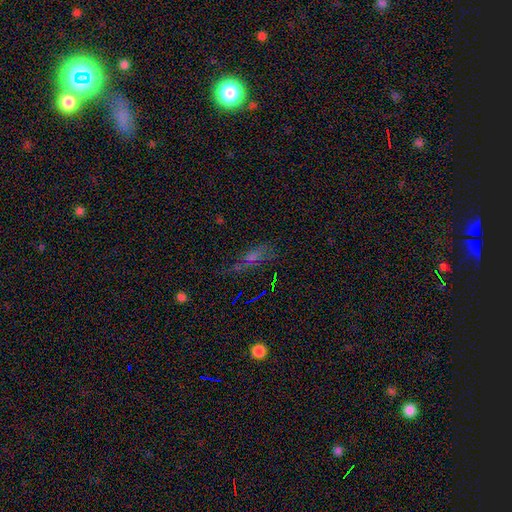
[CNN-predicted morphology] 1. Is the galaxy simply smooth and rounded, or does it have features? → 40% smooth, 34% star or artifact, 26% featured or disk.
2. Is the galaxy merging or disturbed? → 54% none, 22% minor disturbance, 17% major disturbance, 7% merger.